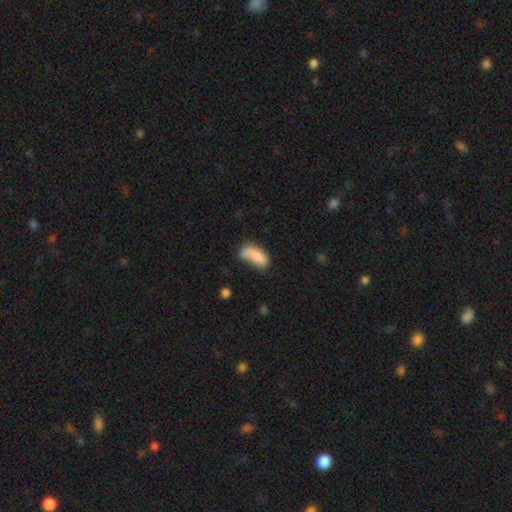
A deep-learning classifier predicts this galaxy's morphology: smooth 75%, featured or disk 17%, star or artifact 8%. Down the decision tree: how rounded — in between (88%); merging — none (38%).